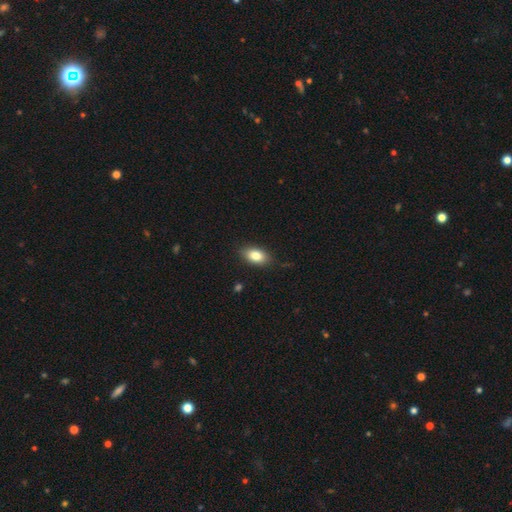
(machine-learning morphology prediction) Smooth or featured? Predicted: smooth (p=0.82). How rounded? Predicted: in between (p=0.88). Merging? Predicted: none (p=0.85).